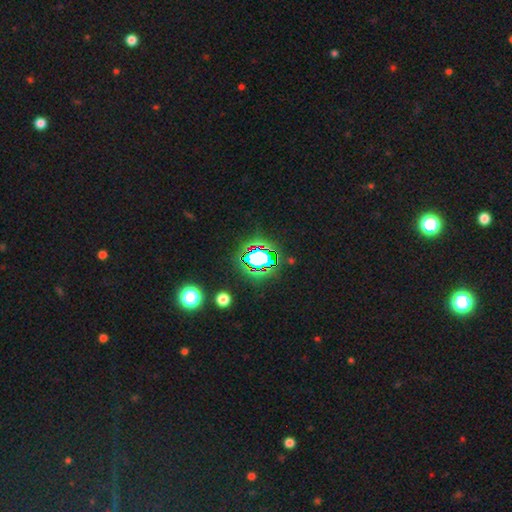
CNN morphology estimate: Smooth or featured? star or artifact (82%)